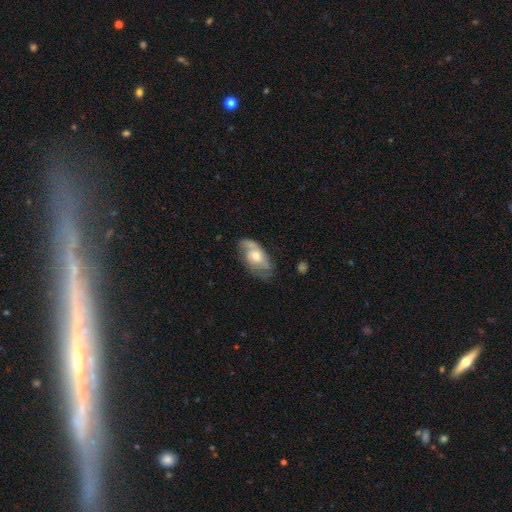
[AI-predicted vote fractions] smooth-or-featured: featured or disk: 62% | smooth: 32% | star or artifact: 6%
  disk-edge-on: no: 92% | yes: 8%
    bar: no: 71% | weak: 25% | strong: 4%
    has-spiral-arms: yes: 82% | no: 18%
    bulge-size: moderate: 66% | small: 23% | large: 8% | none: 2% | dominant: 1%
  merging: none: 62% | minor disturbance: 25% | major disturbance: 11% | merger: 2%